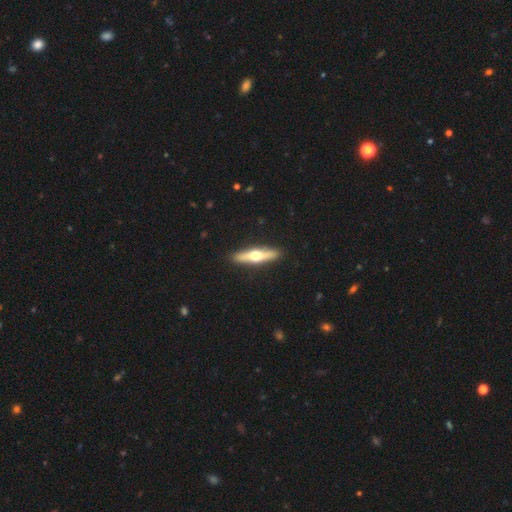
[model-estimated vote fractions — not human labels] This appears to be a featured or disk galaxy (57%) viewed edge-on (93%) with a rounded central bulge (95%). Merging: none (91%).